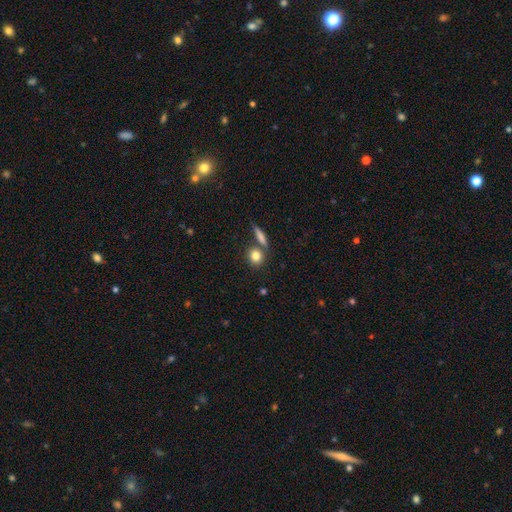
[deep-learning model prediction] This is clearly a smooth galaxy (82%). How rounded: likely round (78%). Merging: likely none (70%).